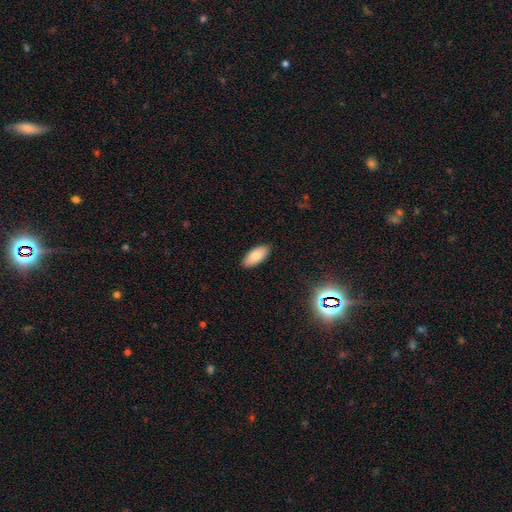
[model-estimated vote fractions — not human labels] Smooth or featured?
  - smooth: 83% *
  - featured or disk: 9%
  - star or artifact: 7%
How rounded?
  - in between: 89% *
  - cigar-shaped: 9%
  - round: 2%
Merging?
  - none: 89% *
  - minor disturbance: 8%
  - major disturbance: 2%
  - merger: 1%